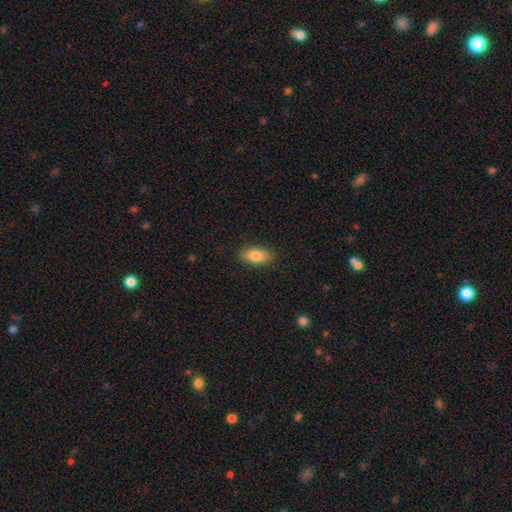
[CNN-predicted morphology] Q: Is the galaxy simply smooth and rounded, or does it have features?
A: smooth — 83%.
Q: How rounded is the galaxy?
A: in between — 89%.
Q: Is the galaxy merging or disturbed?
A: none — 88%.